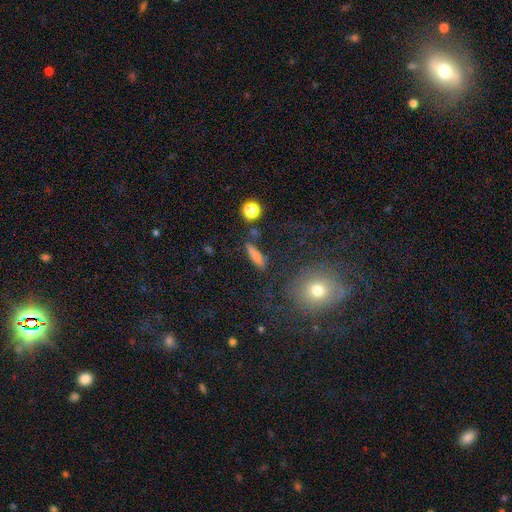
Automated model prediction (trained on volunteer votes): smooth 69%, featured or disk 19%, star or artifact 12%. Down the decision tree: how rounded — cigar-shaped (72%); merging — none (76%).